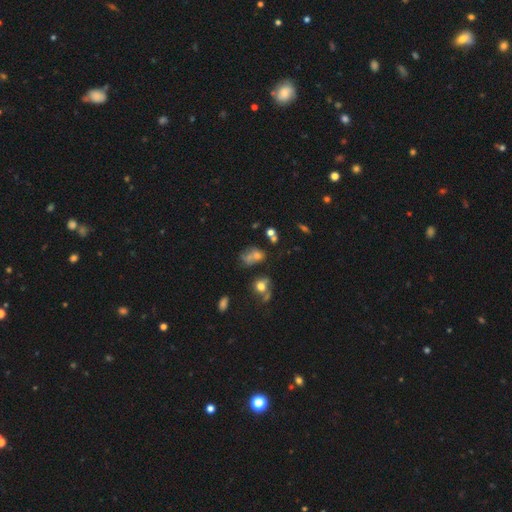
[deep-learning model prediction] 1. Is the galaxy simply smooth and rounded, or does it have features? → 52% smooth, 26% star or artifact, 22% featured or disk.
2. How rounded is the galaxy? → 53% in between, 45% round, 2% cigar-shaped.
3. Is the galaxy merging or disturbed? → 39% none, 27% merger, 17% minor disturbance, 16% major disturbance.